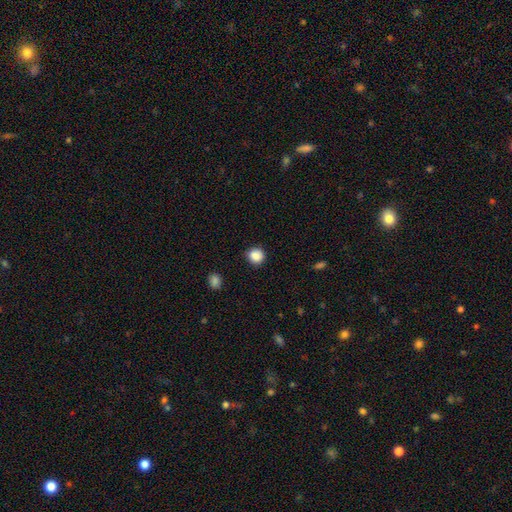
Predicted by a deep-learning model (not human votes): A smooth galaxy with no disk features (87%) that is round (86%). Merging: none (83%).